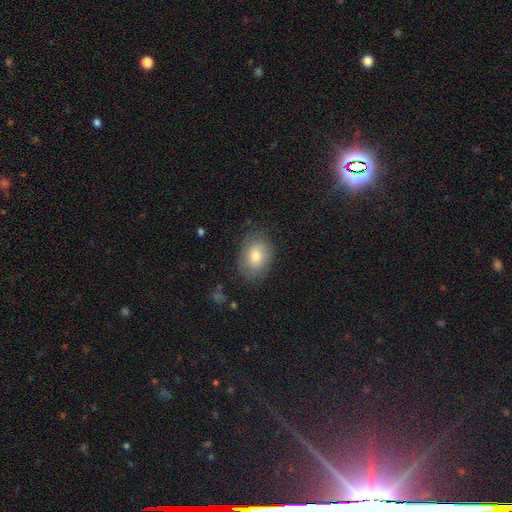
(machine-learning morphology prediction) This is likely a smooth galaxy (77%). How rounded: likely in between (69%). Merging: likely none (79%).